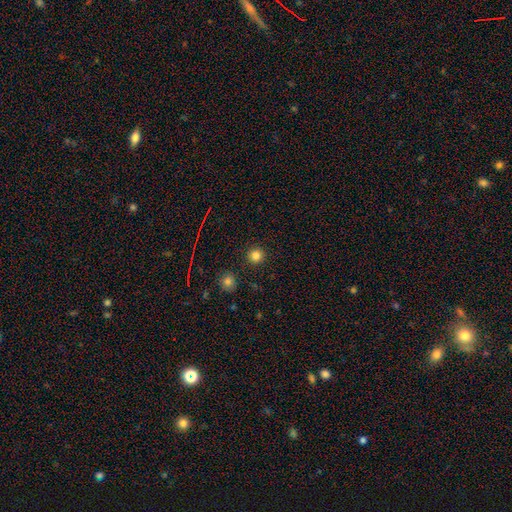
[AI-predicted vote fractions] Smooth or featured: smooth — 81% (star or artifact — 14%)
How rounded: round — 95% (in between — 4%)
Merging: none — 92% (minor disturbance — 5%)